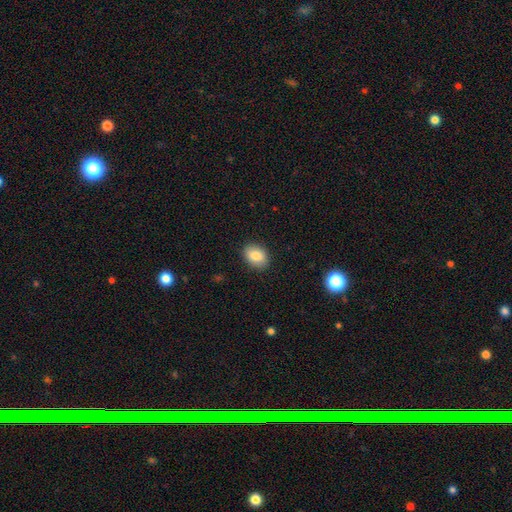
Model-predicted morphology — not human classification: Smooth or featured?
  - smooth: 85% *
  - featured or disk: 8%
  - star or artifact: 8%
How rounded?
  - in between: 75% *
  - round: 24%
  - cigar-shaped: 1%
Merging?
  - none: 88% *
  - minor disturbance: 9%
  - major disturbance: 2%
  - merger: 1%